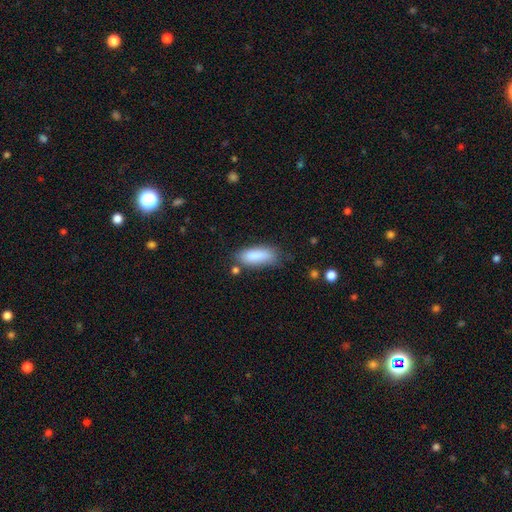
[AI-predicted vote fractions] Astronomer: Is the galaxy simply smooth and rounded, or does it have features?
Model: smooth — 85%.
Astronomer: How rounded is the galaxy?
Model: in between — 69%.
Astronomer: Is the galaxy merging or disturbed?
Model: none — 66%.